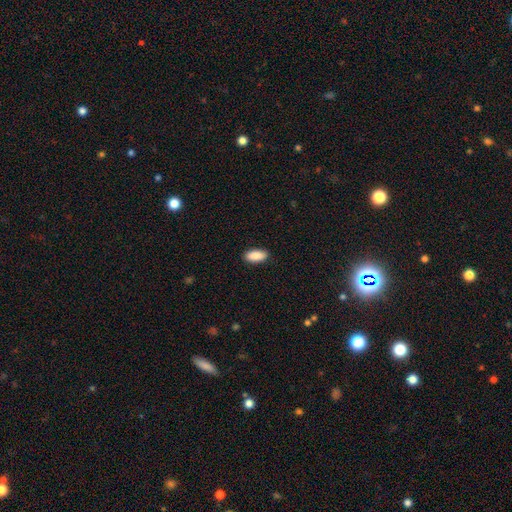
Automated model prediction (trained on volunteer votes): smooth 90%, star or artifact 6%, featured or disk 4%. Down the decision tree: how rounded — in between (88%); merging — none (90%).